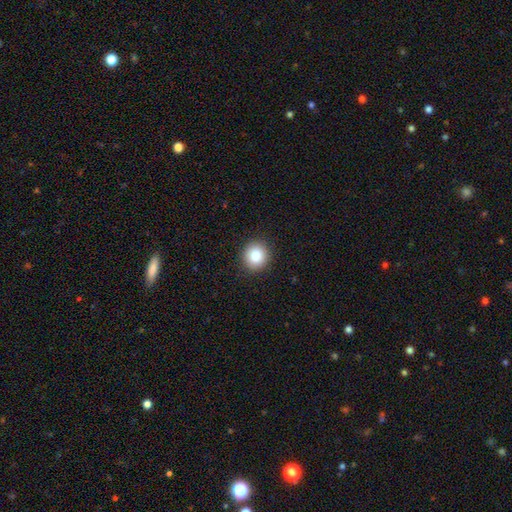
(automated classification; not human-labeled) Smooth or featured? smooth (87%)
How rounded? round (86%)
Merging? none (91%)